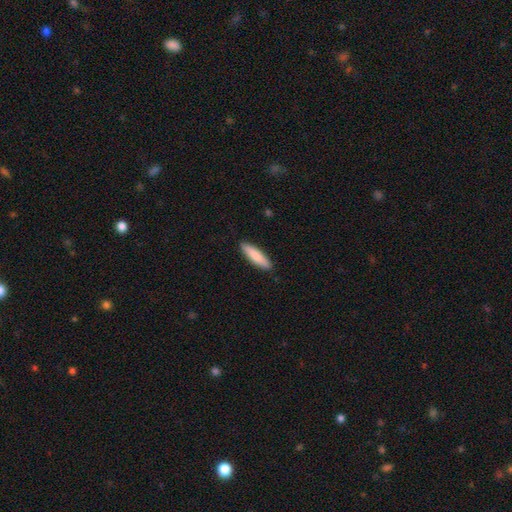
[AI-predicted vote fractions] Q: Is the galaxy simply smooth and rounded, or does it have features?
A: smooth — 80%.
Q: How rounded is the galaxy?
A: cigar-shaped — 72%.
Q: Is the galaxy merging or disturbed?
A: none — 90%.